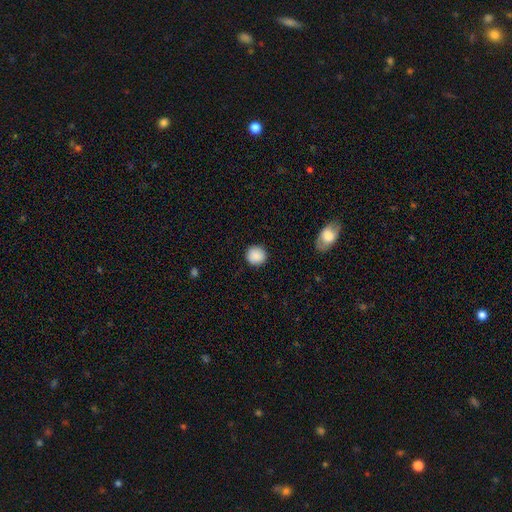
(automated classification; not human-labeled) Morphology: type=smooth (89%); roundness=round (93%); merging=none (91%).